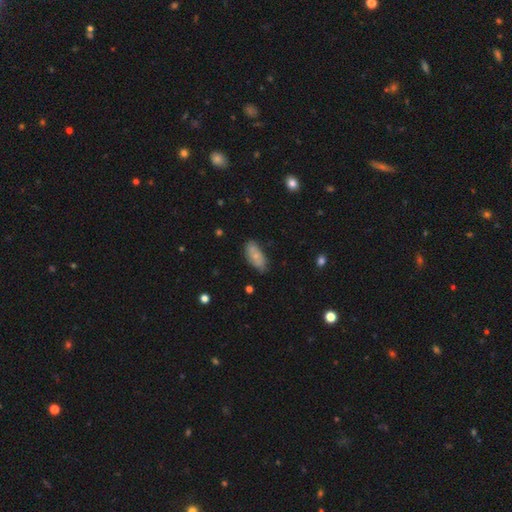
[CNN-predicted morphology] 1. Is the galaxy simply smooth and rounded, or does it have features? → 67% smooth, 26% featured or disk, 7% star or artifact.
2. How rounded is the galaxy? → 89% in between, 8% cigar-shaped, 3% round.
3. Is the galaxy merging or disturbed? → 68% none, 24% minor disturbance, 5% major disturbance, 3% merger.